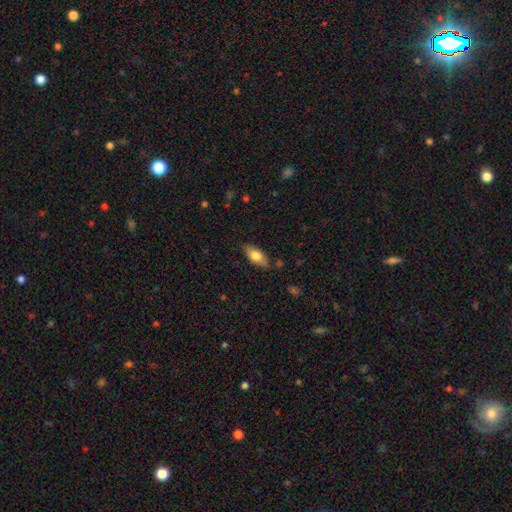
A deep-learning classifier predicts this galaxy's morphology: The model was most divided on "smooth or featured": smooth: 71%, featured or disk: 22%, star or artifact: 7%. More confident: how rounded — in between (84%); merging — none (81%).